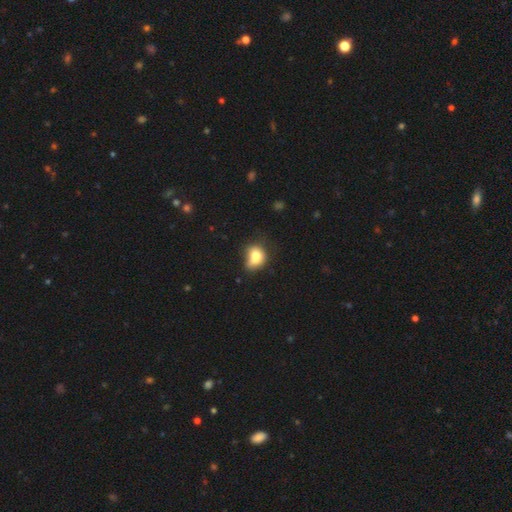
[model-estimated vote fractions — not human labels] The model was most divided on "merging": none: 38%, minor disturbance: 35%, major disturbance: 15%, merger: 11%. More confident: smooth or featured — smooth (78%); how rounded — in between (53%).